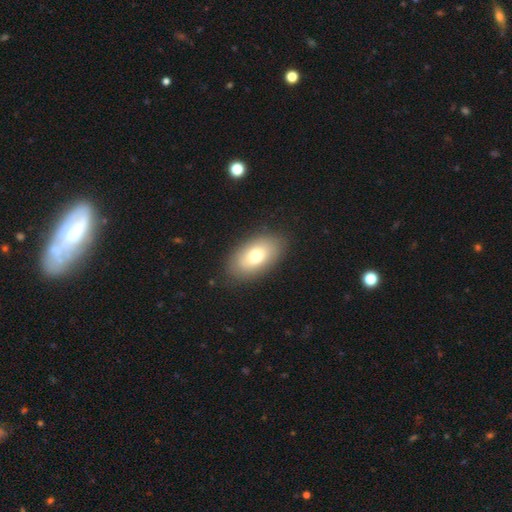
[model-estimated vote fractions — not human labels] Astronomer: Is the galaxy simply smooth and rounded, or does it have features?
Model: smooth — 74%.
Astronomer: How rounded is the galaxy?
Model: in between — 92%.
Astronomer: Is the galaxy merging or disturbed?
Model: none — 86%.